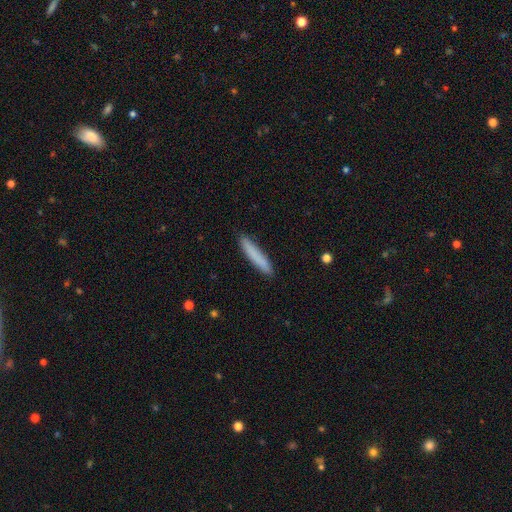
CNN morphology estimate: A smooth galaxy with no disk features (82%) that is cigar-shaped (93%).

Vote fractions:
- Smooth or featured? smooth: 82% / featured or disk: 12% / star or artifact: 6%
- How rounded? cigar-shaped: 93% / in between: 6% / round: 1%
- Merging? none: 89% / minor disturbance: 8% / major disturbance: 1% / merger: 1%